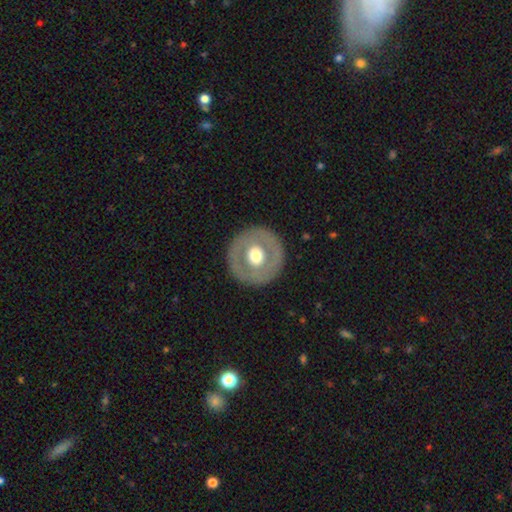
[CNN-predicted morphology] featured or disk 48%, smooth 46%, star or artifact 5%. Down the decision tree: merging — none (88%).